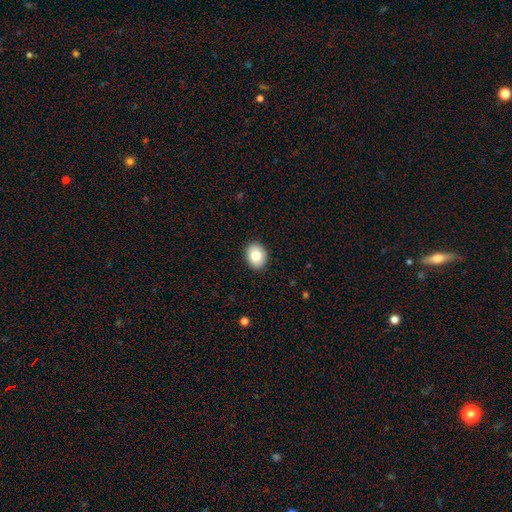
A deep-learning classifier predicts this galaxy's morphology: Smooth or featured?
  - smooth: 80% *
  - featured or disk: 12%
  - star or artifact: 8%
How rounded?
  - in between: 58% *
  - round: 41%
  - cigar-shaped: 1%
Merging?
  - none: 90% *
  - minor disturbance: 7%
  - major disturbance: 2%
  - merger: 1%